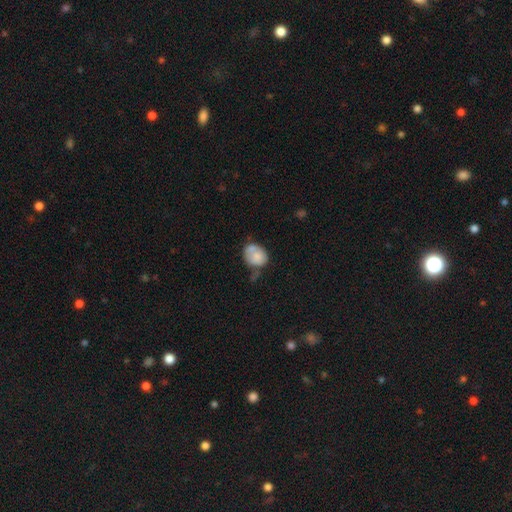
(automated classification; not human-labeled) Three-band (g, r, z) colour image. It shows a smooth galaxy with no disk features (73%) that is round (52%). Merging: none (40%).